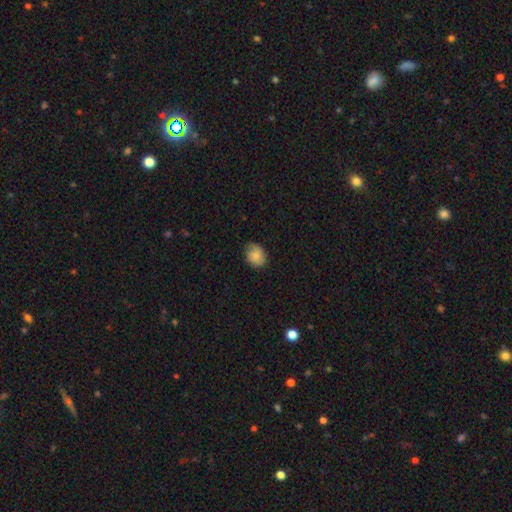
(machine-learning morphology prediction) A smooth galaxy with no disk features (81%) that is round (50%).

Vote fractions:
- Smooth or featured? smooth: 81% / featured or disk: 11% / star or artifact: 8%
- How rounded? round: 50% / in between: 49% / cigar-shaped: 1%
- Merging? none: 73% / minor disturbance: 22% / major disturbance: 4% / merger: 1%